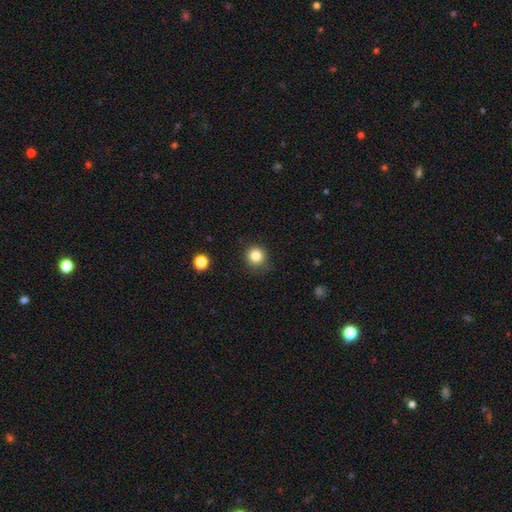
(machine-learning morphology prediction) A smooth galaxy with no disk features (83%) that is round (92%). Merging: none (87%).